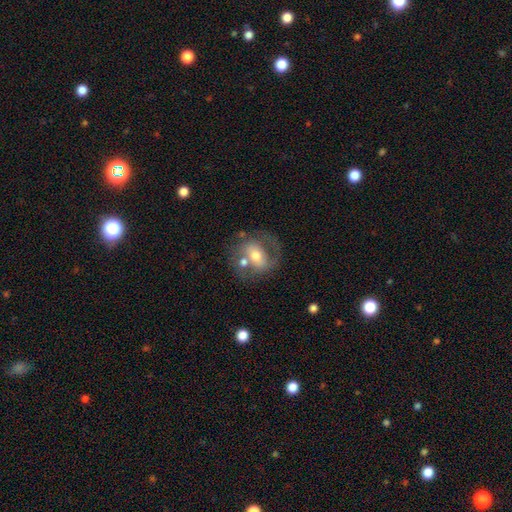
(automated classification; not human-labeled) Q: Smooth or featured?
A: featured or disk (58%); runner-up: smooth (34%)
Q: Edge-on disk?
A: no (95%); runner-up: yes (5%)
Q: Bar?
A: no (42%); runner-up: weak (36%)
Q: Spiral arms?
A: yes (61%); runner-up: no (39%)
Q: Bulge size?
A: moderate (68%); runner-up: small (19%)
Q: Merging?
A: none (48%); runner-up: merger (23%)